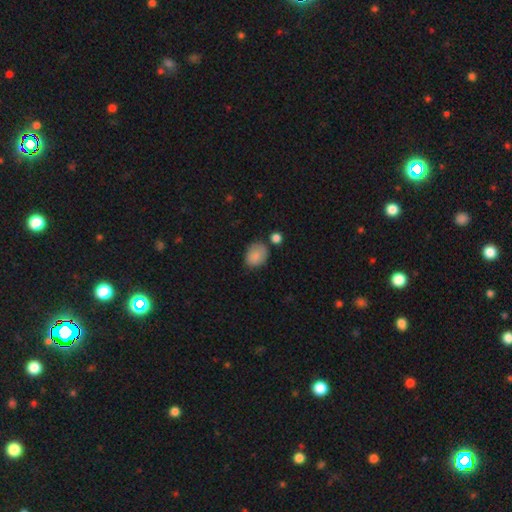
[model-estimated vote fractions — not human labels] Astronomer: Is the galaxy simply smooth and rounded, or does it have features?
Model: smooth — 86%.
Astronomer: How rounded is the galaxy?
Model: in between — 61% (runner-up: round, 38%).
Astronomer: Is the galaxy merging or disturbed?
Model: none — 64%.